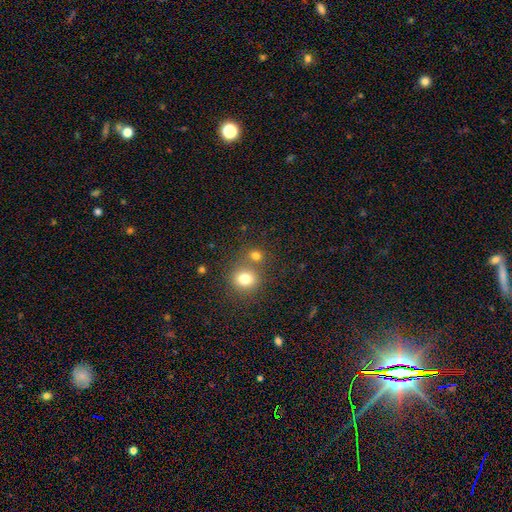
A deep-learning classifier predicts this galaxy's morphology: type=smooth (77%); roundness=round (80%); merging=none (55%).